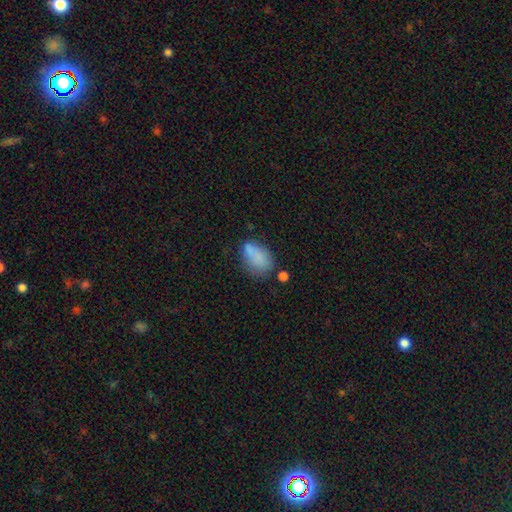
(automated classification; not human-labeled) Smooth or featured: smooth — 76% (featured or disk — 13%)
How rounded: in between — 85% (round — 12%)
Merging: none — 47% (minor disturbance — 26%)